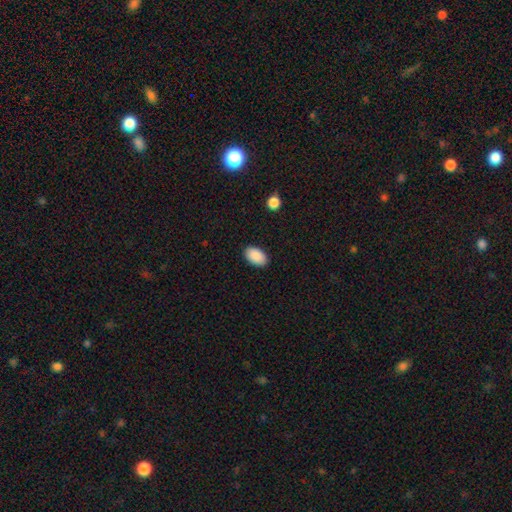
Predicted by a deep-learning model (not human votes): This is clearly a smooth galaxy (90%). How rounded: clearly in between (93%). Merging: clearly none (89%).